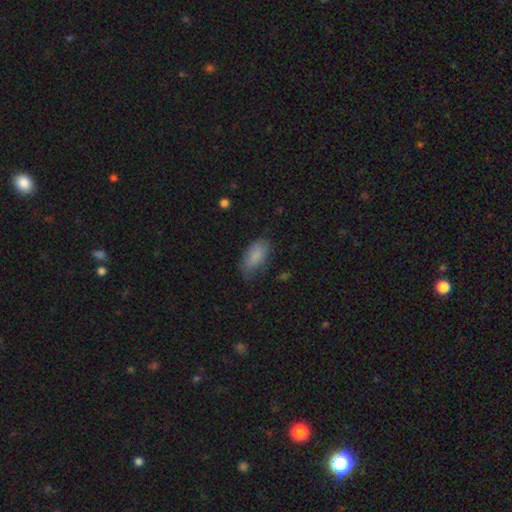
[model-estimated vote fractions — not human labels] Q: Smooth or featured?
A: smooth (85%); runner-up: featured or disk (7%)
Q: How rounded?
A: in between (92%); runner-up: cigar-shaped (5%)
Q: Merging?
A: none (64%); runner-up: minor disturbance (28%)